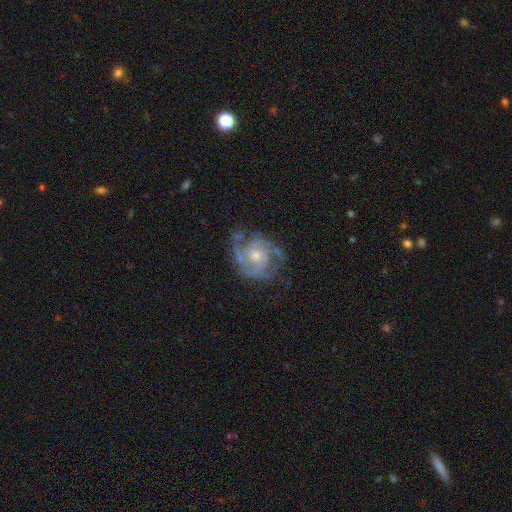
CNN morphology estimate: featured or disk 86%, smooth 8%, star or artifact 6%. Down the decision tree: edge-on disk — no (98%); bar — no (74%); spiral arms — yes (93%); spiral arm count — 2 (37%); spiral winding — tight (47%); bulge size — moderate (55%); merging — none (64%).